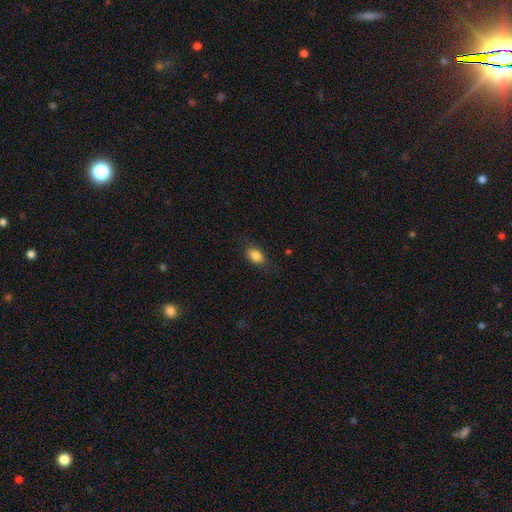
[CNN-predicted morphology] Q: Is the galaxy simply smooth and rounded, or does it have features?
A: smooth — 85%.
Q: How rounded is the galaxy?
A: in between — 85%.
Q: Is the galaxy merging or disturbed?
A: none — 82%.